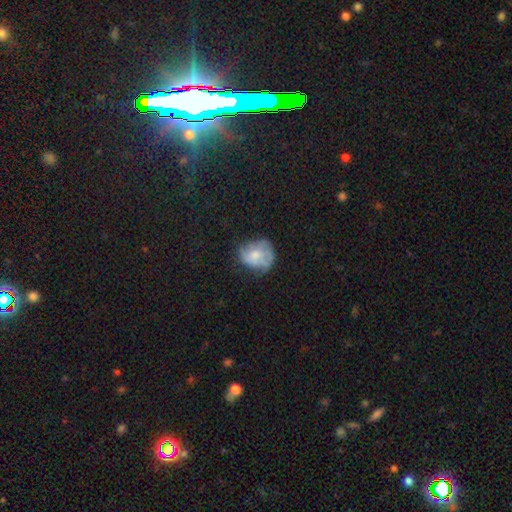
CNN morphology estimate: smooth_or_featured: smooth (p=0.55) [alt: featured or disk p=0.36]
how_rounded: round (p=0.67) [alt: in between p=0.32]
merging: none (p=0.52) [alt: minor disturbance p=0.29]